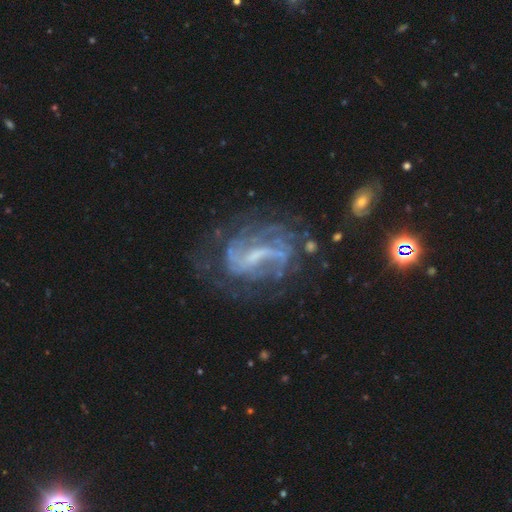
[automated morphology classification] A featured or disk galaxy (83%) with a weak bar (43%), 2 (40%) medium (42%) spiral arms (86%) and a small central bulge (42%). Merging: none (55%).